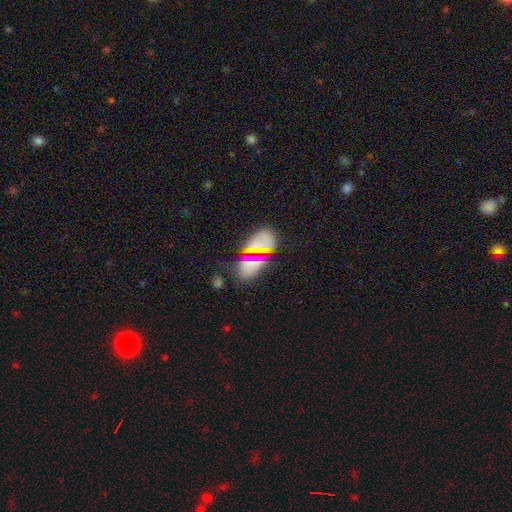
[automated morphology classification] smooth 54%, star or artifact 25%, featured or disk 21%. Down the decision tree: how rounded — in between (85%); merging — none (58%).